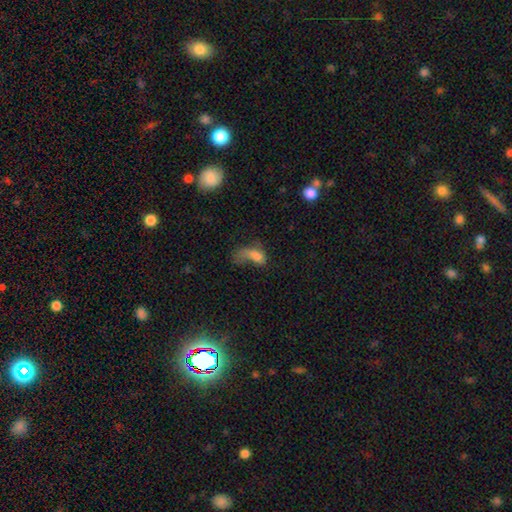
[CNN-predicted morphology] smooth_or_featured: smooth (p=0.66) [alt: featured or disk p=0.21]
how_rounded: in between (p=0.82) [alt: round p=0.10]
merging: major disturbance (p=0.57) [alt: none p=0.17]